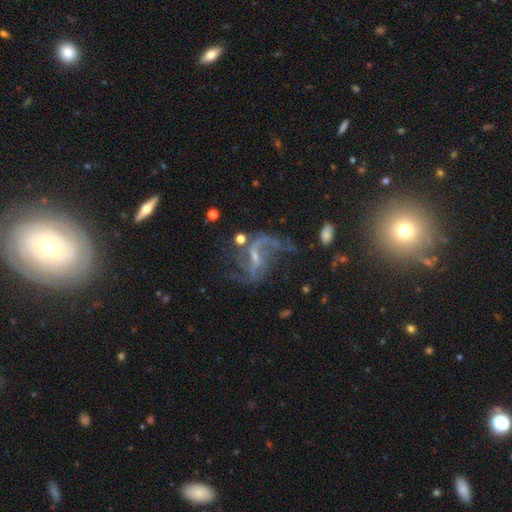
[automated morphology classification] Overall: featured or disk (83%). Edge-on disk: no (96%). Bar: weak (47%; strong 28%). Spiral arms: yes (90%). Spiral arm count: 2 (74%). Spiral winding: loose (74%). Bulge size: small (65%). Merging: none (45%; major disturbance 29%).